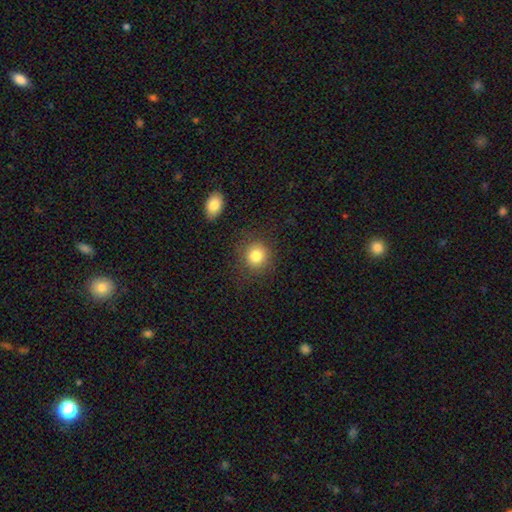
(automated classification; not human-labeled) smooth-or-featured: smooth: 83% | star or artifact: 10% | featured or disk: 7%
  how-rounded: round: 89% | in between: 10% | cigar-shaped: 1%
  merging: none: 85% | minor disturbance: 9% | major disturbance: 4% | merger: 2%